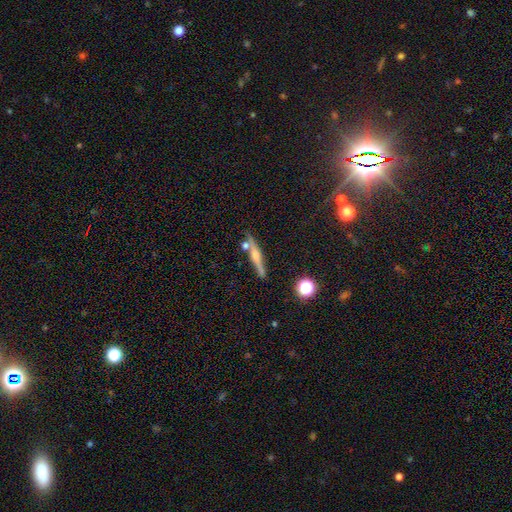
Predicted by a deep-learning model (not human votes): A featured or disk galaxy (55%) viewed edge-on (94%) with a rounded central bulge (70%). Merging: none (74%).